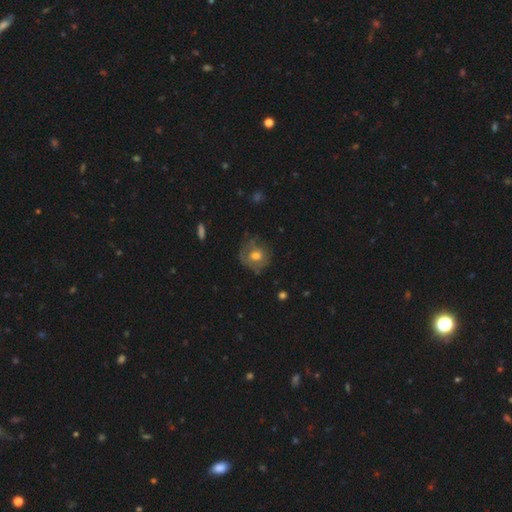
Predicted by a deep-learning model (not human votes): smooth-or-featured: smooth: 52% | featured or disk: 39% | star or artifact: 9%
  how-rounded: round: 79% | in between: 20% | cigar-shaped: 1%
  merging: none: 60% | minor disturbance: 25% | major disturbance: 14% | merger: 2%